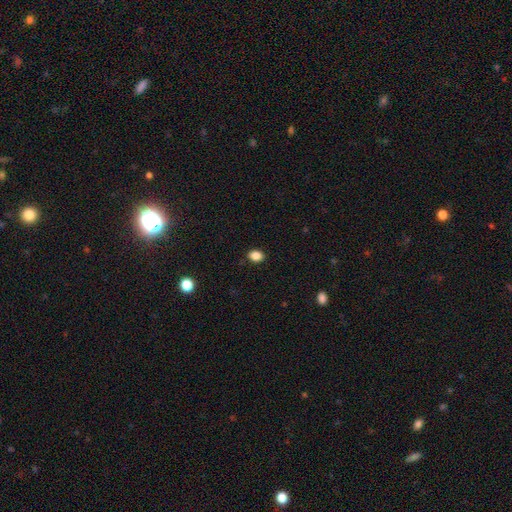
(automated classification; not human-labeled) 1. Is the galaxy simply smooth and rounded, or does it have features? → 87% smooth, 10% star or artifact, 3% featured or disk.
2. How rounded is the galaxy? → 68% in between, 31% round, 1% cigar-shaped.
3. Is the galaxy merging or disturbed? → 87% none, 9% minor disturbance, 2% major disturbance, 1% merger.